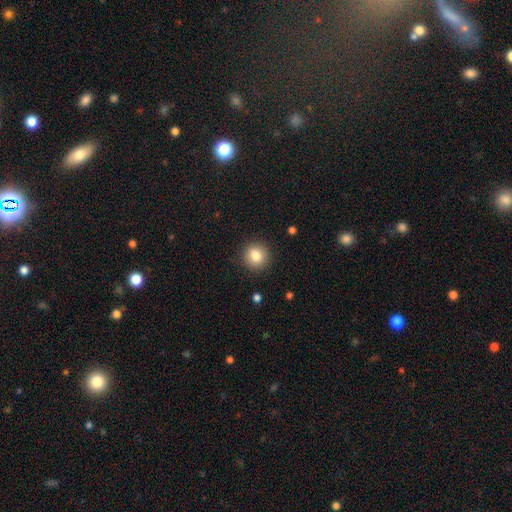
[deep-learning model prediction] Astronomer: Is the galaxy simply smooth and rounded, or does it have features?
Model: smooth — 82%.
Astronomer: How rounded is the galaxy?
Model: round — 90%.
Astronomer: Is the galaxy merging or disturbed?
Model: none — 90%.